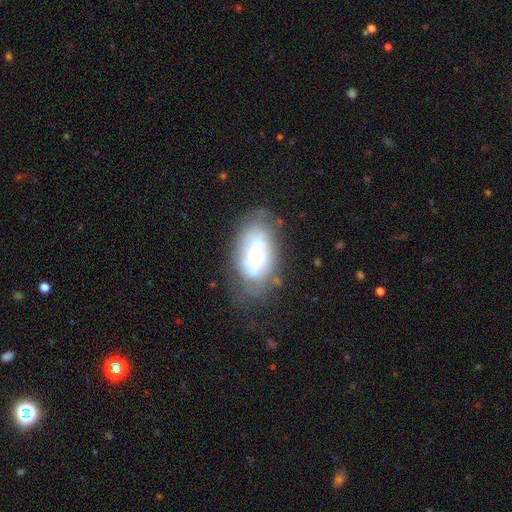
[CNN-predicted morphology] This is likely a featured or disk galaxy (64%). It is clearly not viewed edge-on (93%). Bar: likely no (64%). Spiral arm pattern: likely yes (74%). Central bulge: possibly small (55%). Merging: likely none (62%).